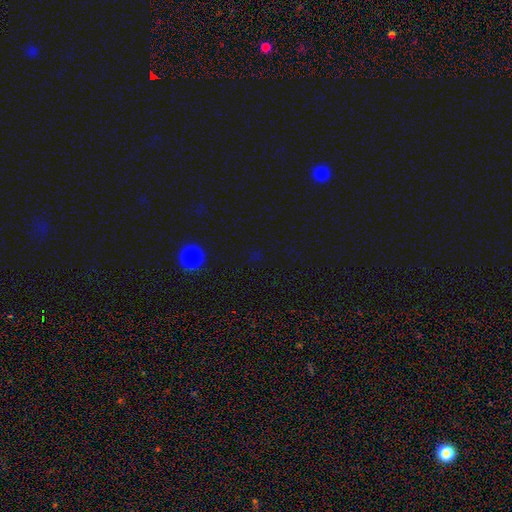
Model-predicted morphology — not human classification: type=star or artifact (57%).